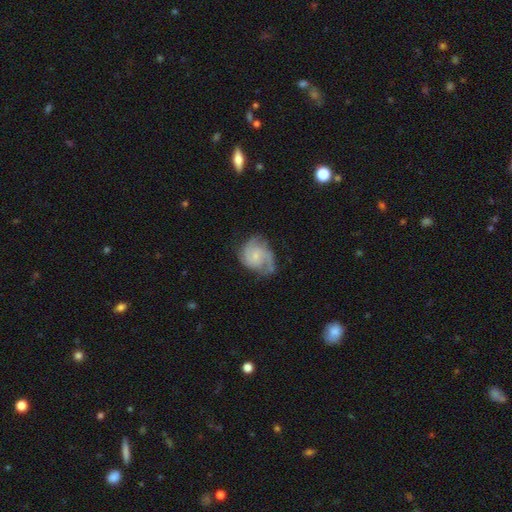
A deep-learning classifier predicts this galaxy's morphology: Smooth or featured? featured or disk (78%)
Edge-on disk? no (98%)
Bar? no (67%)
Spiral arms? yes (95%)
Spiral winding? medium (45%)
Spiral arm count? 2 (49%)
Bulge size? small (68%)
Merging? none (58%)